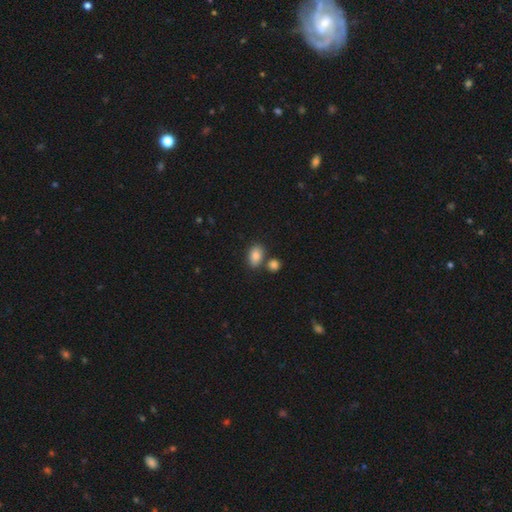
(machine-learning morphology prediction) Q: Smooth or featured?
A: smooth (84%); runner-up: star or artifact (9%)
Q: How rounded?
A: in between (84%); runner-up: round (14%)
Q: Merging?
A: none (67%); runner-up: merger (17%)